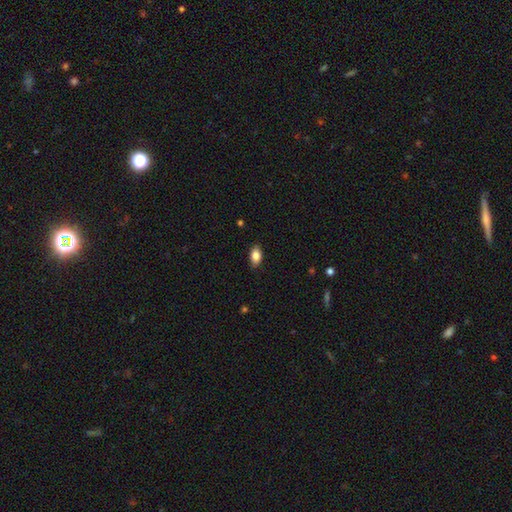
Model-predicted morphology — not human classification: Smooth or featured?
  - smooth: 85% *
  - featured or disk: 8%
  - star or artifact: 8%
How rounded?
  - in between: 89% *
  - round: 7%
  - cigar-shaped: 3%
Merging?
  - none: 86% *
  - minor disturbance: 11%
  - major disturbance: 2%
  - merger: 1%